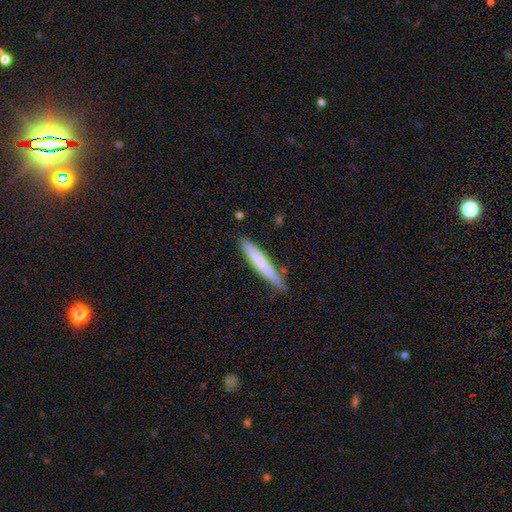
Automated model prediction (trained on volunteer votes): Smooth or featured?
  - smooth: 69% *
  - featured or disk: 25%
  - star or artifact: 6%
How rounded?
  - cigar-shaped: 95% *
  - in between: 4%
  - round: 1%
Merging?
  - none: 83% *
  - minor disturbance: 13%
  - merger: 2%
  - major disturbance: 2%